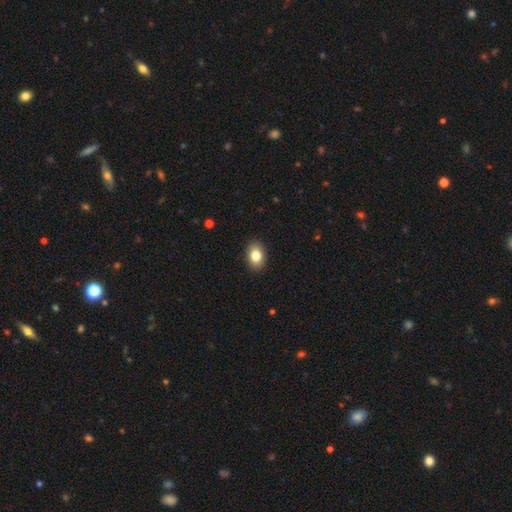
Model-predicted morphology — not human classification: A smooth galaxy with no disk features (83%) that is in between round and cigar-shaped (78%).

Vote fractions:
- Smooth or featured? smooth: 83% / star or artifact: 9% / featured or disk: 9%
- How rounded? in between: 78% / round: 20% / cigar-shaped: 1%
- Merging? none: 90% / minor disturbance: 7% / major disturbance: 2% / merger: 1%